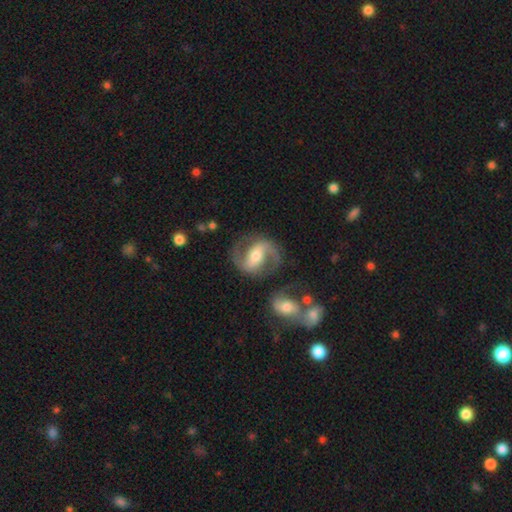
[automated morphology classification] featured or disk 88%, smooth 7%, star or artifact 5%. Down the decision tree: edge-on disk — no (97%); bar — strong (50%); spiral arms — yes (96%); spiral arm count — 2 (93%); spiral winding — medium (57%); bulge size — moderate (60%); merging — none (78%).